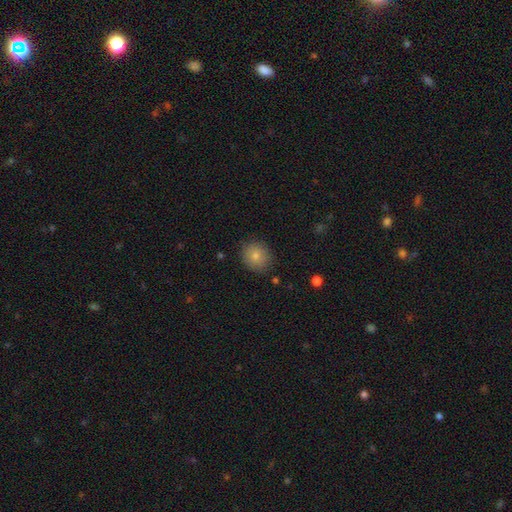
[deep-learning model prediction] This is clearly a smooth galaxy (80%). How rounded: clearly round (81%). Merging: clearly none (86%).